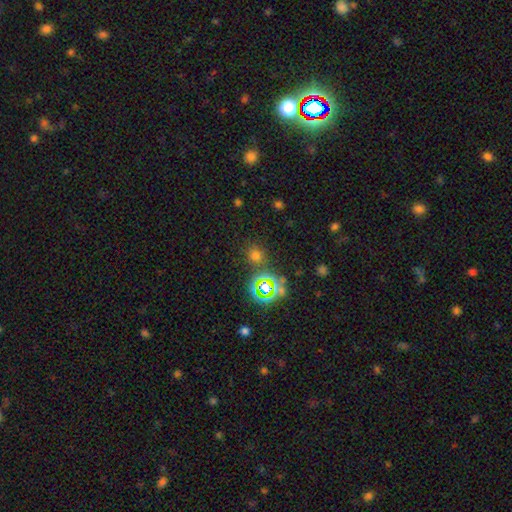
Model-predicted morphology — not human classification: A smooth galaxy with no disk features (57%) that is round (83%). Merging: none (80%).